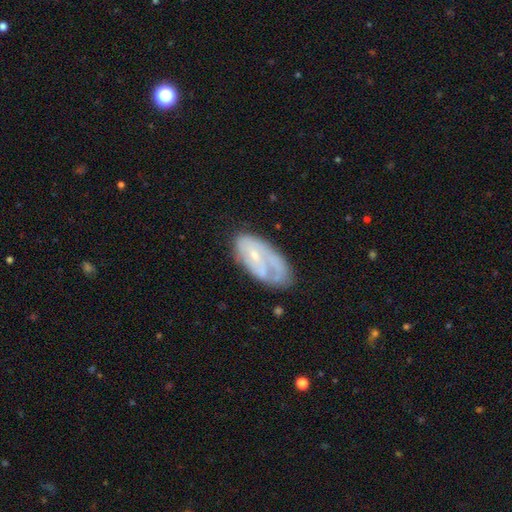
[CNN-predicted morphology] This appears to be a featured or disk galaxy (60%) with no bar (66%), spiral arms (59%) and a small central bulge (70%). Merging: none (52%).